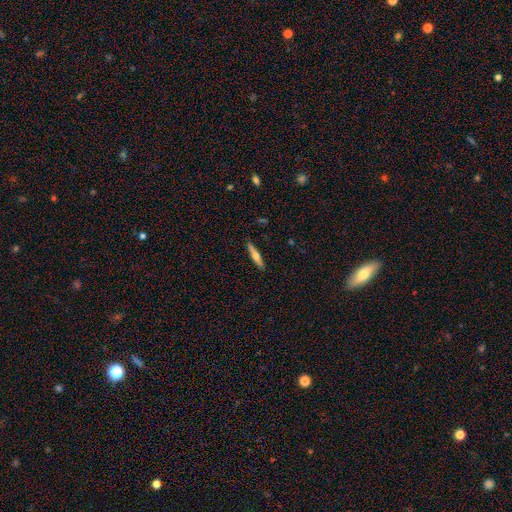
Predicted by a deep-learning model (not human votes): Overall: featured or disk (51%; smooth 43%). Edge-on disk: yes (95%). Merging: none (90%).